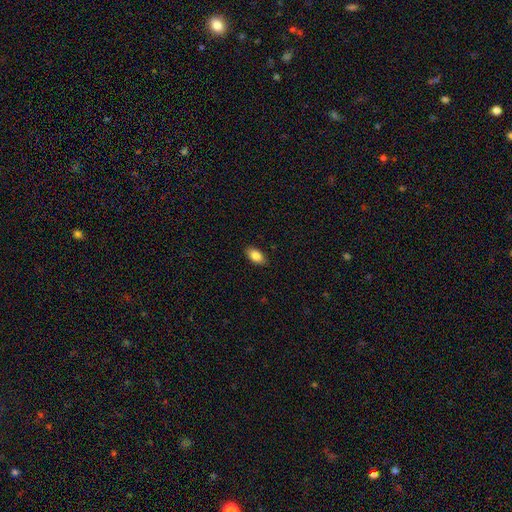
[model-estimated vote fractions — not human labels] smooth-or-featured: smooth: 85% | featured or disk: 8% | star or artifact: 7%
  how-rounded: in between: 92% | round: 5% | cigar-shaped: 3%
  merging: none: 88% | minor disturbance: 9% | major disturbance: 2% | merger: 1%